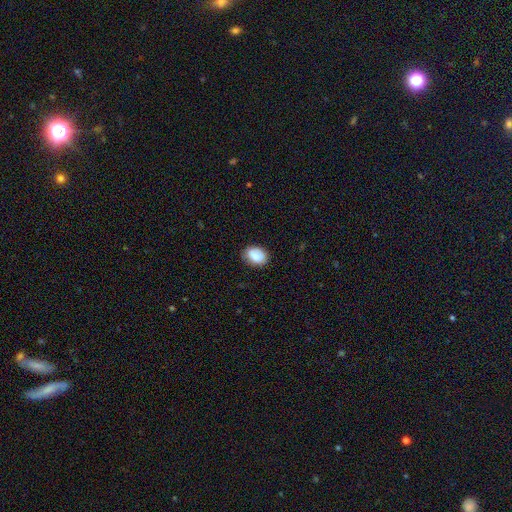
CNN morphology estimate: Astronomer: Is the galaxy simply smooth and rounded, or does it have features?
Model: smooth — 81%.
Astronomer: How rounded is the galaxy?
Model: in between — 76%.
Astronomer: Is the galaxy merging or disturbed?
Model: none — 76%.